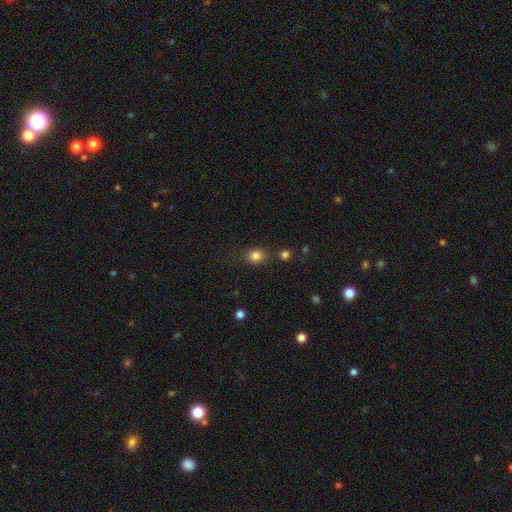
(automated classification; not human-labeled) Morphology: type=smooth (82%); roundness=round (64%); merging=none (72%).